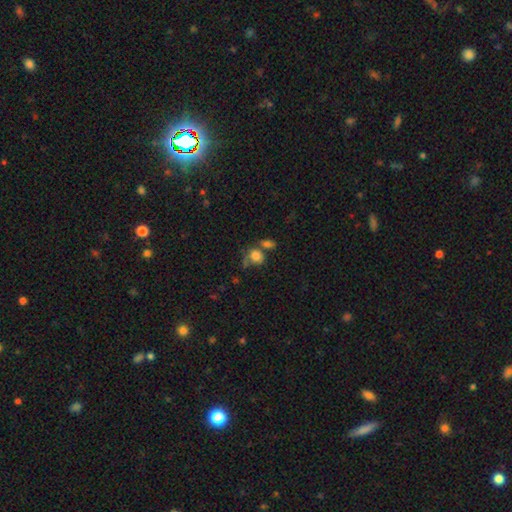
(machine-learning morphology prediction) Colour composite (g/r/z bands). It shows a smooth galaxy with no disk features (79%) that is round (51%). Merging: none (41%).